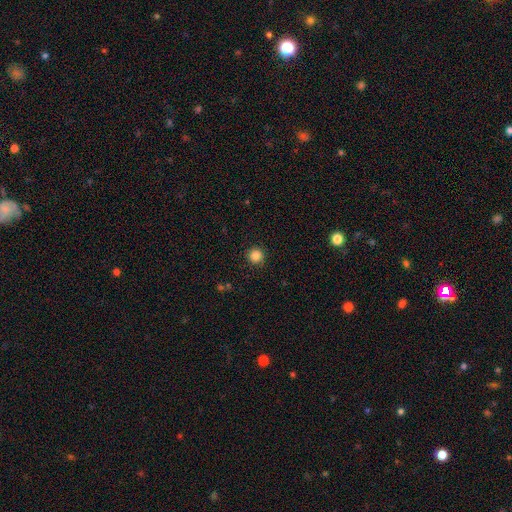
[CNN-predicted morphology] A smooth galaxy with no disk features (85%) that is round (95%).

Vote fractions:
- Smooth or featured? smooth: 85% / star or artifact: 11% / featured or disk: 4%
- How rounded? round: 95% / in between: 4% / cigar-shaped: 1%
- Merging? none: 88% / minor disturbance: 8% / major disturbance: 2% / merger: 1%